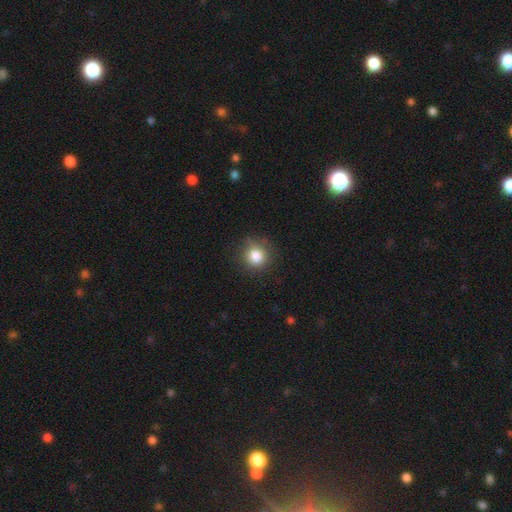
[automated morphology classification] A smooth galaxy with no disk features (83%) that is round (91%).

Vote fractions:
- Smooth or featured? smooth: 83% / star or artifact: 12% / featured or disk: 6%
- How rounded? round: 91% / in between: 8% / cigar-shaped: 1%
- Merging? none: 81% / minor disturbance: 14% / major disturbance: 4% / merger: 1%